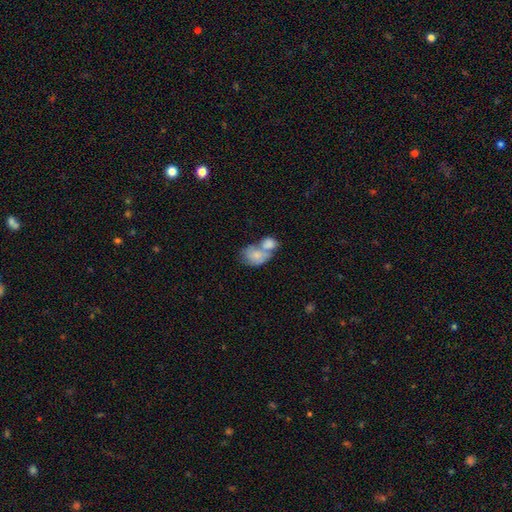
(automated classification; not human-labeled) smooth_or_featured: smooth (p=0.65) [alt: featured or disk p=0.28]
how_rounded: in between (p=0.74) [alt: round p=0.25]
merging: merger (p=0.67) [alt: none p=0.17]